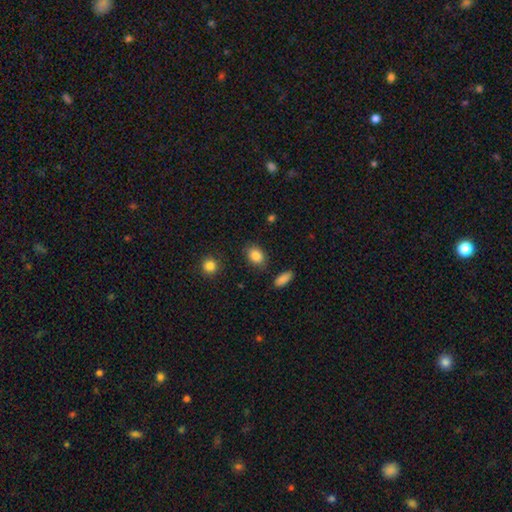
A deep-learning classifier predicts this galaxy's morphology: Smooth or featured: smooth — 87% (star or artifact — 8%)
How rounded: in between — 75% (round — 24%)
Merging: none — 83% (minor disturbance — 11%)